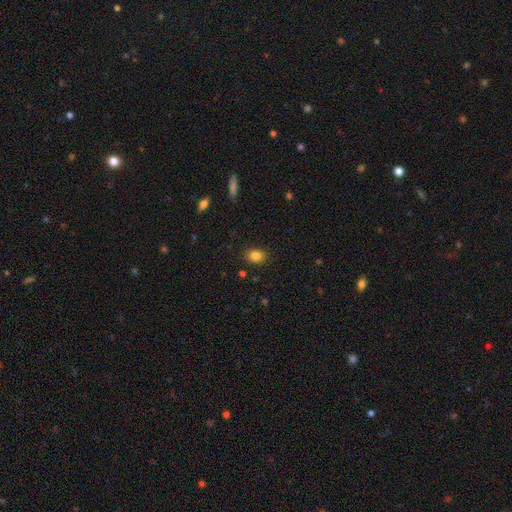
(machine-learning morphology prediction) Smooth or featured? smooth (84%)
How rounded? in between (68%)
Merging? none (88%)